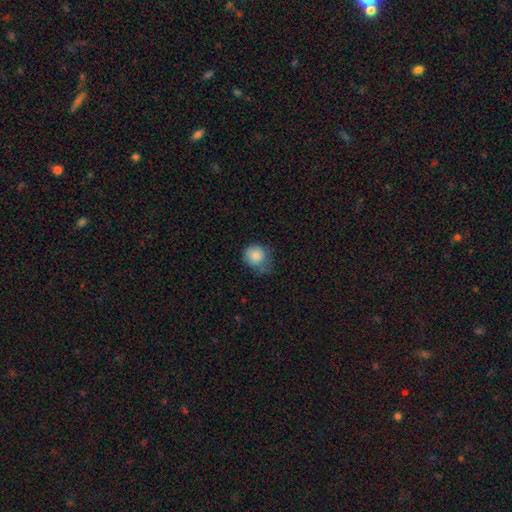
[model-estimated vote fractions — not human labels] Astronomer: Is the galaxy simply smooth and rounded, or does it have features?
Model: smooth — 84%.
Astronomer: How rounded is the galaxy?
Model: round — 75%.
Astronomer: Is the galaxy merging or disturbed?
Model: none — 41%, tied with minor disturbance at 41%.